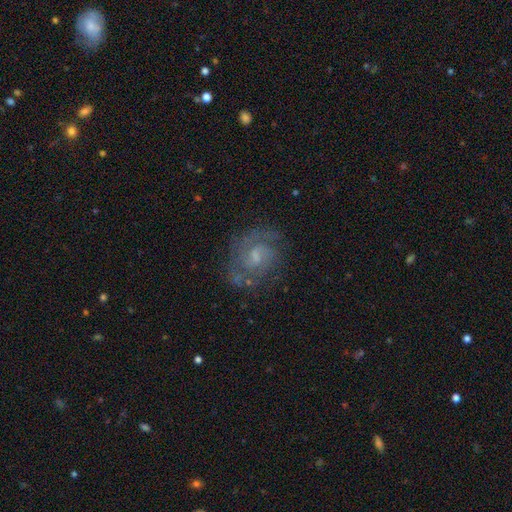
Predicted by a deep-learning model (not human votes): Q: Smooth or featured?
A: featured or disk (78%); runner-up: smooth (12%)
Q: Edge-on disk?
A: no (97%); runner-up: yes (3%)
Q: Bar?
A: weak (48%); runner-up: no (45%)
Q: Spiral arms?
A: yes (93%); runner-up: no (7%)
Q: Spiral winding?
A: tight (45%); tied with: medium (45%)
Q: Spiral arm count?
A: 2 (66%); runner-up: can't tell (17%)
Q: Bulge size?
A: small (48%); runner-up: moderate (37%)
Q: Merging?
A: none (74%); runner-up: minor disturbance (16%)